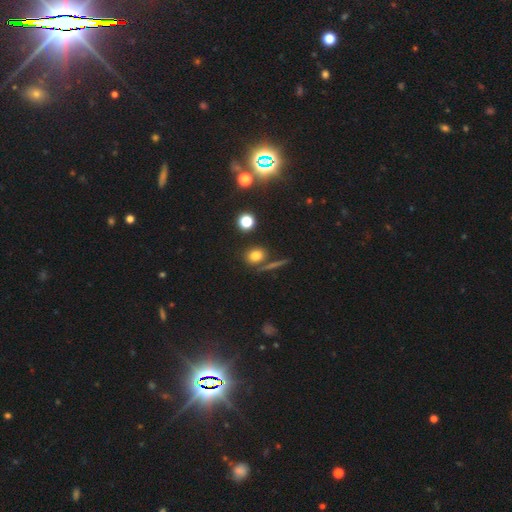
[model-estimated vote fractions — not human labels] The model was most divided on "how rounded": round: 64%, in between: 33%, cigar-shaped: 3%. More confident: merging — none (77%); smooth or featured — smooth (76%).